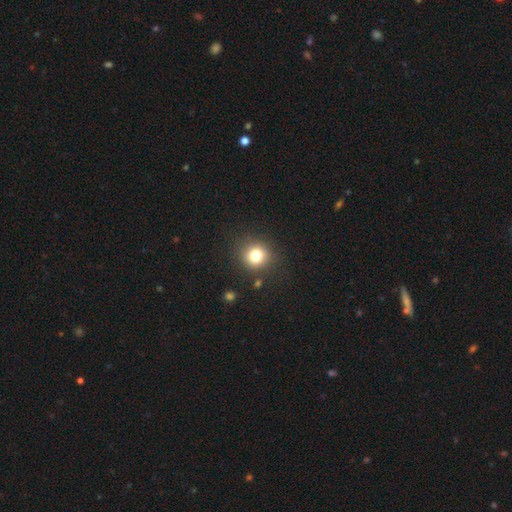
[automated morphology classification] A smooth galaxy with no disk features (79%) that is round (90%). Merging: none (86%).